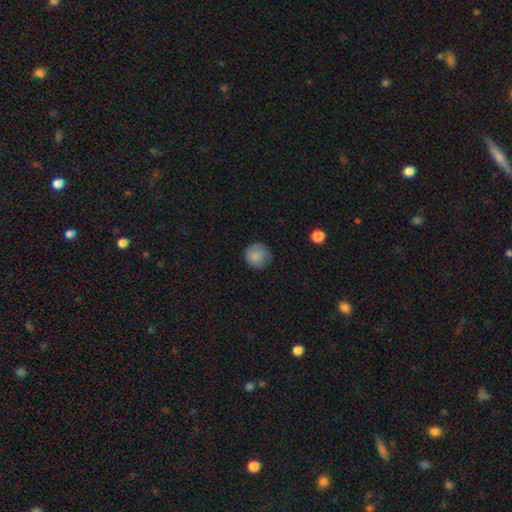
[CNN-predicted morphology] smooth 84%, star or artifact 8%, featured or disk 8%. Down the decision tree: how rounded — round (91%); merging — none (78%).